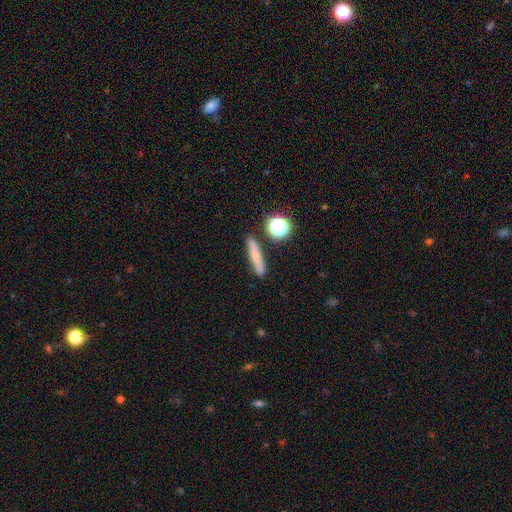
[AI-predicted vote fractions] Smooth or featured? smooth (64%)
How rounded? cigar-shaped (78%)
Merging? none (84%)